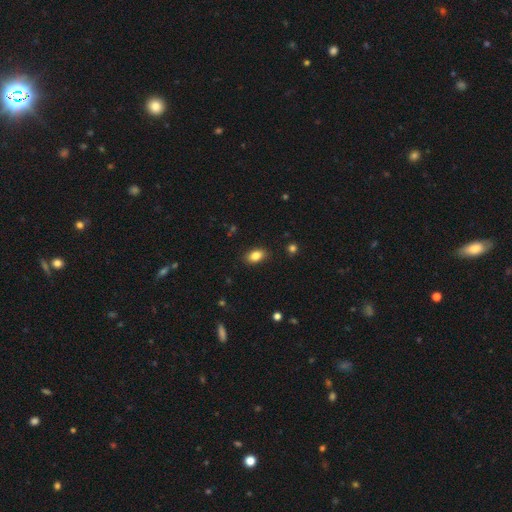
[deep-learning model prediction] Morphology: type=smooth (84%); roundness=in between (86%); merging=none (87%).